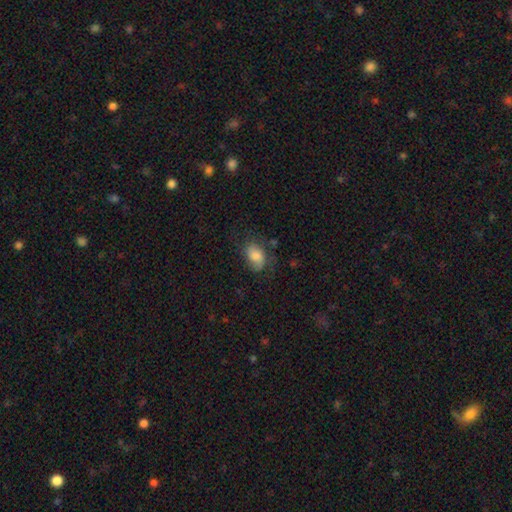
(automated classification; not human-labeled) Smooth or featured: smooth — 70% (featured or disk — 21%)
How rounded: in between — 83% (round — 16%)
Merging: none — 58% (minor disturbance — 26%)